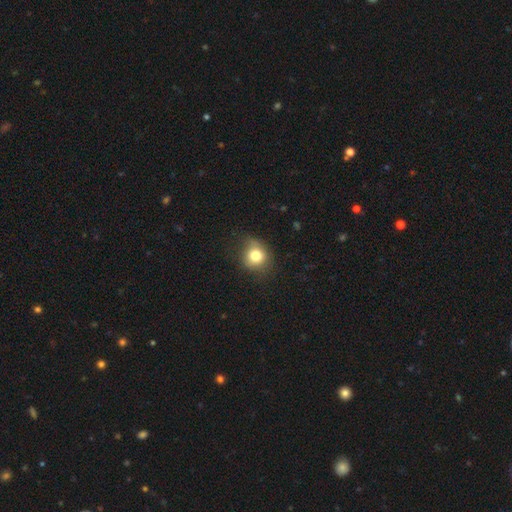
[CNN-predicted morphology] smooth-or-featured: smooth: 78% | star or artifact: 12% | featured or disk: 11%
  how-rounded: round: 82% | in between: 17% | cigar-shaped: 1%
  merging: none: 68% | minor disturbance: 24% | major disturbance: 7% | merger: 1%